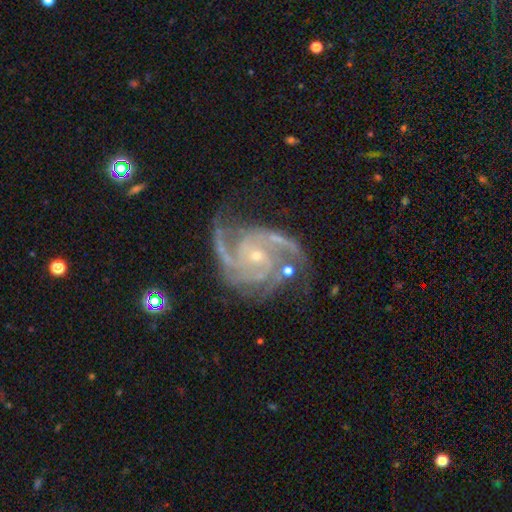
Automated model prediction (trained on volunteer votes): This is clearly a featured or disk galaxy (92%). It is clearly not viewed edge-on (98%). Bar: likely no (63%). Spiral arm pattern: clearly yes (99%). Spiral arm count: marginally 3 (43%). Spiral winding: possibly medium (49%). Central bulge: likely small (77%). Merging: likely none (67%).